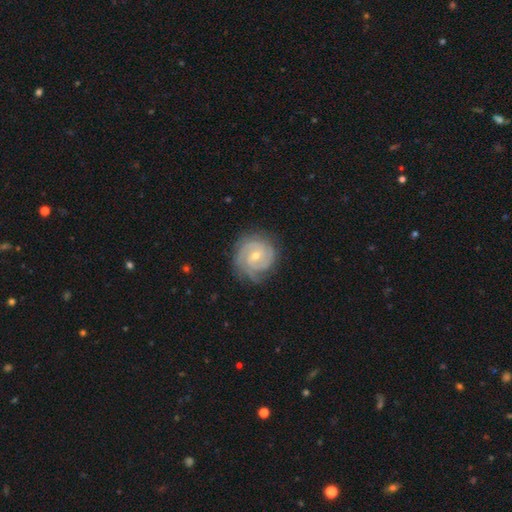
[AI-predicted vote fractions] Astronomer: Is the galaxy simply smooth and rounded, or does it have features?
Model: featured or disk — 87%.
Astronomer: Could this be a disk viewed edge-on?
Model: no — 98%.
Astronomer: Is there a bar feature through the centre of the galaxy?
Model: weak — 46% (runner-up: no, 43%).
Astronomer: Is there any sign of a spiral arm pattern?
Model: yes — 97%.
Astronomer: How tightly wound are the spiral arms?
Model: tight — 73%.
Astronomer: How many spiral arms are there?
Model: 3 — 36% (runner-up: 2, 26%).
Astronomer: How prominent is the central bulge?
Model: small — 58% (runner-up: moderate, 39%).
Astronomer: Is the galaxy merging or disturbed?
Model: none — 78%.